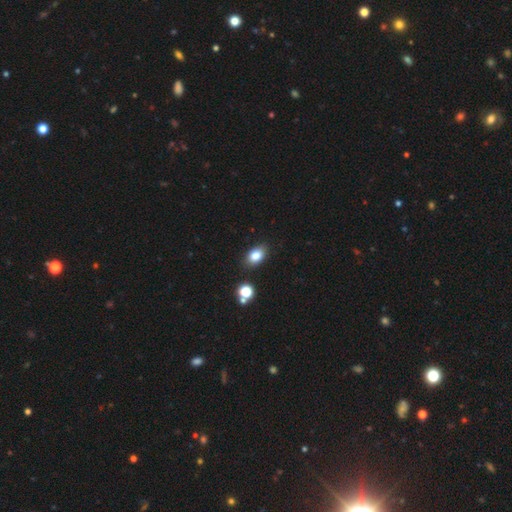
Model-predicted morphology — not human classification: smooth-or-featured: smooth: 81% | star or artifact: 10% | featured or disk: 9%
  how-rounded: in between: 82% | round: 16% | cigar-shaped: 2%
  merging: none: 85% | minor disturbance: 9% | merger: 3% | major disturbance: 2%